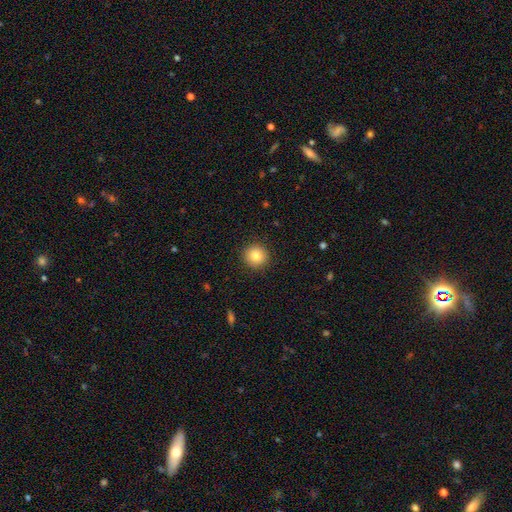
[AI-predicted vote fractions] Smooth or featured? smooth (83%)
How rounded? round (94%)
Merging? none (92%)